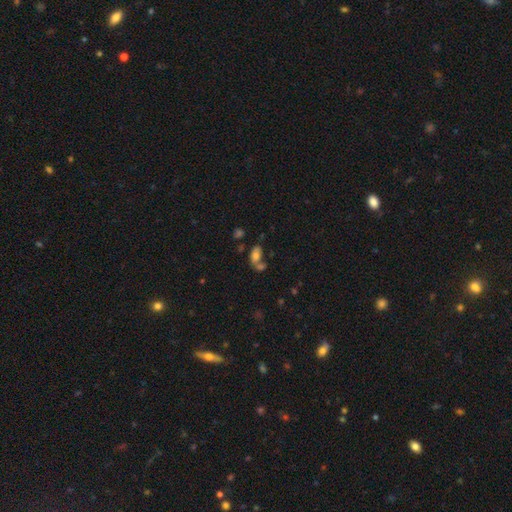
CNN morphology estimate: A smooth galaxy with no disk features (68%) that is in between round and cigar-shaped (88%). Merging: merger (44%).